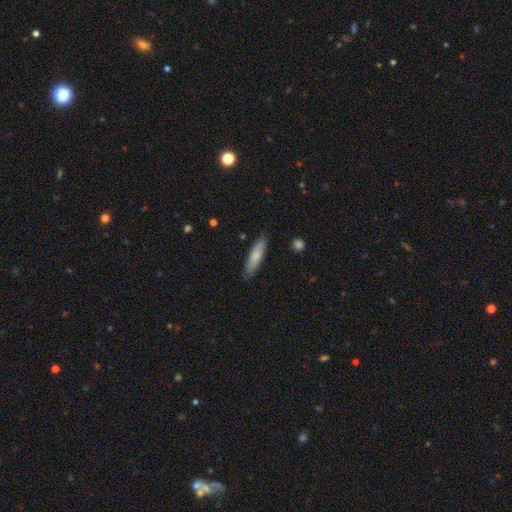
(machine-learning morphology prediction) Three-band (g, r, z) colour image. It shows a smooth galaxy with no disk features (77%) that is cigar-shaped (73%). Merging: none (85%).